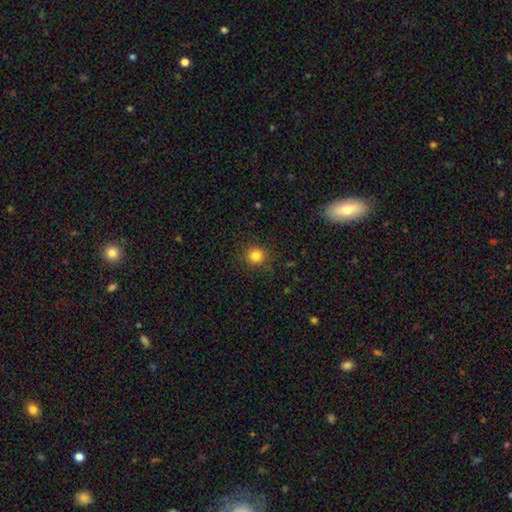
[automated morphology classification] Q: Smooth or featured?
A: smooth (83%); runner-up: star or artifact (12%)
Q: How rounded?
A: round (92%); runner-up: in between (7%)
Q: Merging?
A: none (87%); runner-up: minor disturbance (9%)